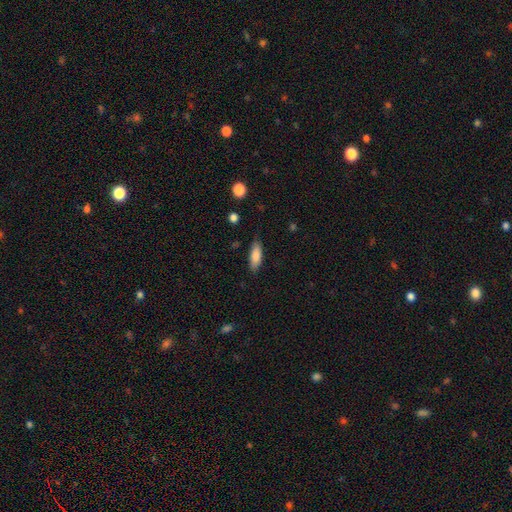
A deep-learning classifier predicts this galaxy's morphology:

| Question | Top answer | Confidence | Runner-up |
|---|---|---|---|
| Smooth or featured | smooth | 84% | featured or disk (9%) |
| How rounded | in between | 61% | cigar-shaped (37%) |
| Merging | none | 82% | minor disturbance (13%) |